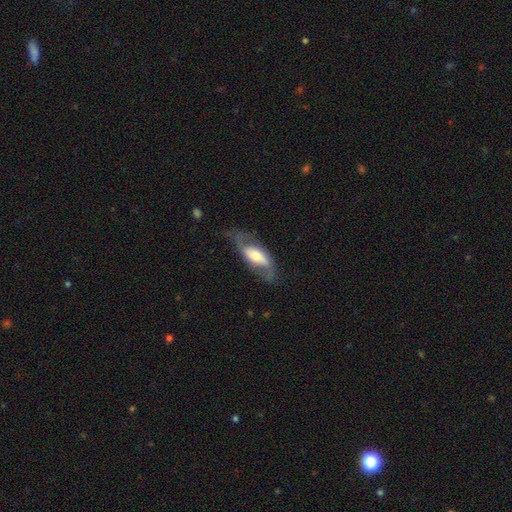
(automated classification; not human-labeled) A featured or disk galaxy (68%) with no bar (41%), spiral arms (85%) and a moderate central bulge (47%). Merging: none (60%).